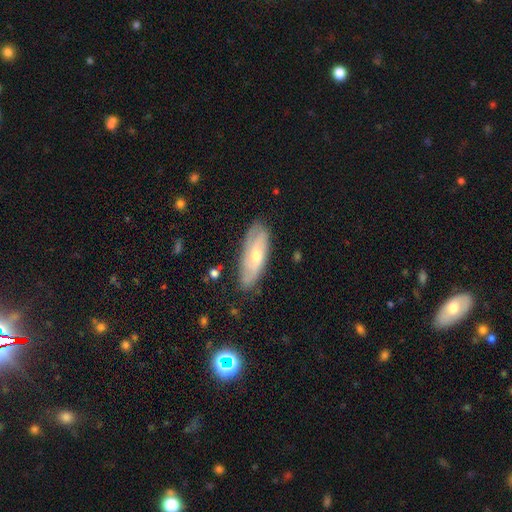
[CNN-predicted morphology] smooth-or-featured: featured or disk: 66% | smooth: 27% | star or artifact: 7%
  disk-edge-on: no: 82% | yes: 18%
    bar: no: 55% | weak: 37% | strong: 9%
    has-spiral-arms: yes: 86% | no: 14%
    bulge-size: moderate: 62% | small: 31% | large: 4% | none: 1% | dominant: 1%
  merging: none: 79% | minor disturbance: 16% | major disturbance: 4% | merger: 1%